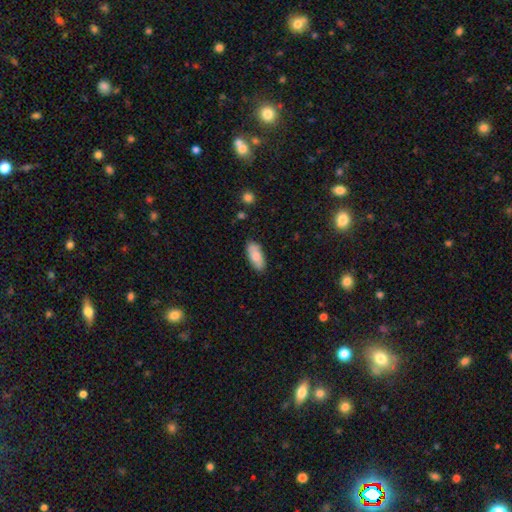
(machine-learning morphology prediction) Smooth or featured?
  - smooth: 81% *
  - featured or disk: 13%
  - star or artifact: 6%
How rounded?
  - in between: 81% *
  - cigar-shaped: 17%
  - round: 2%
Merging?
  - none: 83% *
  - minor disturbance: 13%
  - major disturbance: 2%
  - merger: 2%